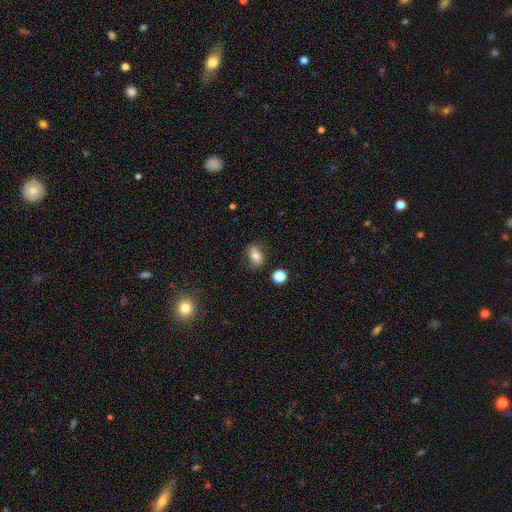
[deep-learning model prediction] The model was most divided on "smooth or featured": smooth: 70%, featured or disk: 19%, star or artifact: 11%. More confident: how rounded — in between (80%); merging — none (75%).